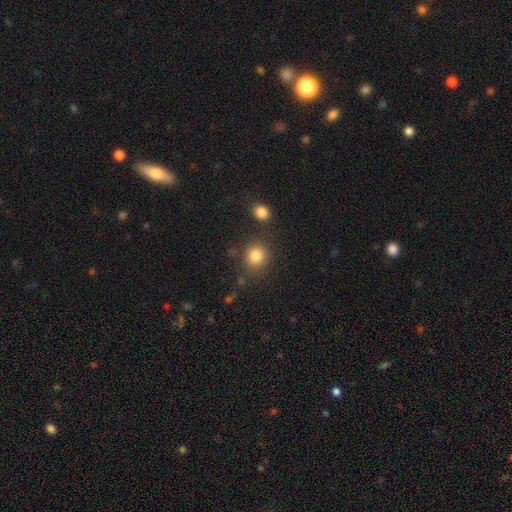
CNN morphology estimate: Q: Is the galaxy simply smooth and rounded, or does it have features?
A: smooth — 84%.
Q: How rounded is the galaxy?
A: round — 84%.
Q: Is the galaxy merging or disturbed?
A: none — 79%.